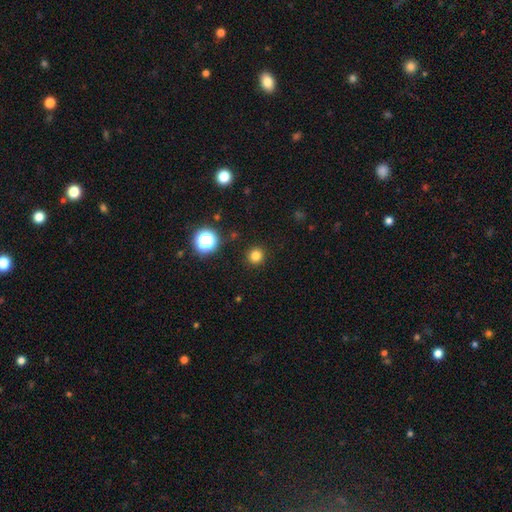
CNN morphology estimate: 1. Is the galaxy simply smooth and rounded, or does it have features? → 80% smooth, 16% star or artifact, 5% featured or disk.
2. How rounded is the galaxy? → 95% round, 4% in between, 1% cigar-shaped.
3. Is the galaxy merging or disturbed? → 92% none, 5% minor disturbance, 2% major disturbance, 1% merger.